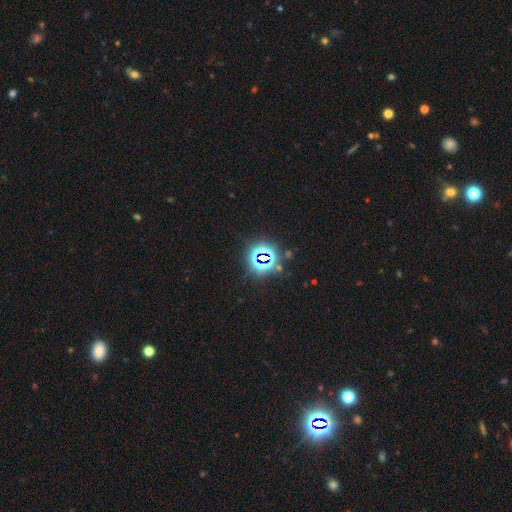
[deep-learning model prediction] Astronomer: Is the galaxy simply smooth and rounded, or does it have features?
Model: star or artifact — 77%.